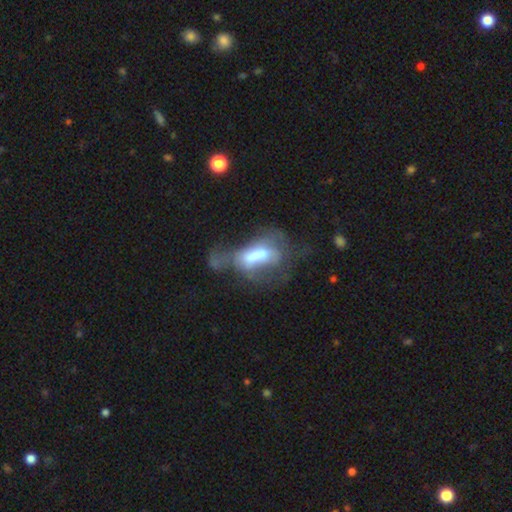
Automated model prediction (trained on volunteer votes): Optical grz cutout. It shows a featured or disk galaxy (45%). Merging: major disturbance (45%).